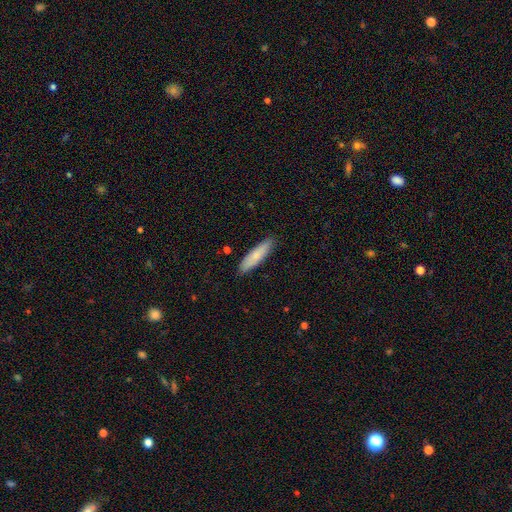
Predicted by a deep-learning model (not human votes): Morphology: type=smooth (76%); roundness=cigar-shaped (72%); merging=none (88%).